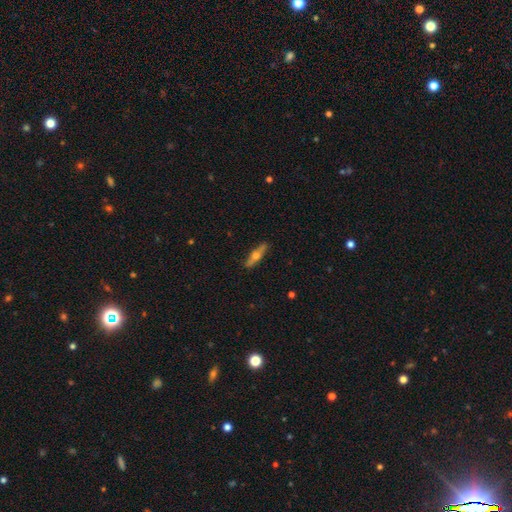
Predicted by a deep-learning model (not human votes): Q: Smooth or featured?
A: featured or disk (58%); runner-up: smooth (36%)
Q: Edge-on disk?
A: yes (93%); runner-up: no (7%)
Q: Edge-on bulge?
A: rounded (93%); runner-up: none (4%)
Q: Merging?
A: none (88%); runner-up: minor disturbance (9%)